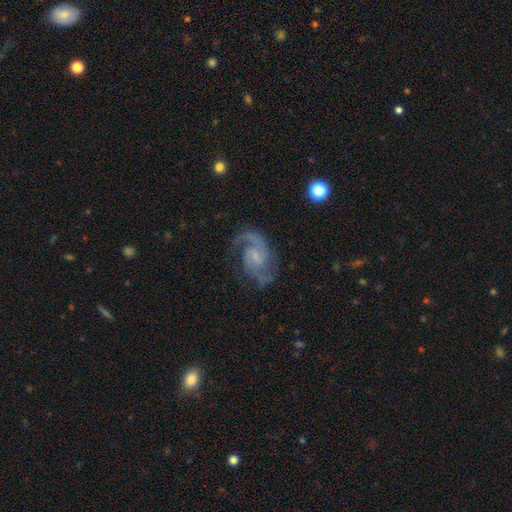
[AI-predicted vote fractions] Overall: featured or disk (91%). Edge-on disk: no (98%). Bar: weak (48%; no 42%). Spiral arms: yes (98%). Spiral arm count: 2 (91%). Spiral winding: medium (60%). Bulge size: small (58%; none 21%). Merging: none (76%).